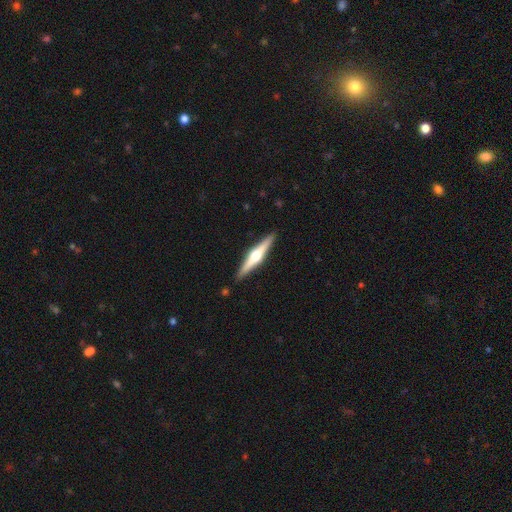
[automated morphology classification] smooth-or-featured: featured or disk: 75% | smooth: 20% | star or artifact: 5%
  disk-edge-on: yes: 98% | no: 2%
    edge-on-bulge: rounded: 94% | boxy: 4% | none: 2%
  merging: none: 90% | minor disturbance: 7% | major disturbance: 1% | merger: 1%